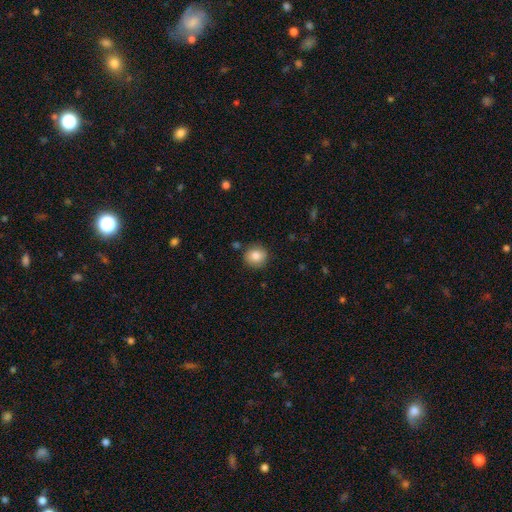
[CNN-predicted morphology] Overall: smooth (85%). How rounded: round (87%). Merging: none (85%).